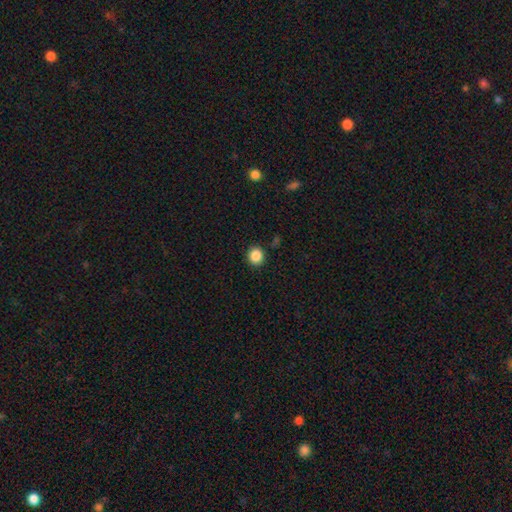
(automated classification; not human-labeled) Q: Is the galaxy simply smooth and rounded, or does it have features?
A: smooth — 86%.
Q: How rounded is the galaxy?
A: round — 87%.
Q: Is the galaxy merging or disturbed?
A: none — 90%.